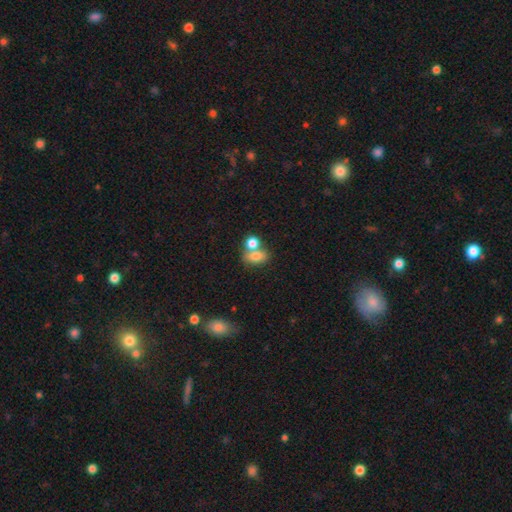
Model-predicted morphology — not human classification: smooth 78%, featured or disk 12%, star or artifact 10%. Down the decision tree: how rounded — in between (69%); merging — merger (45%).